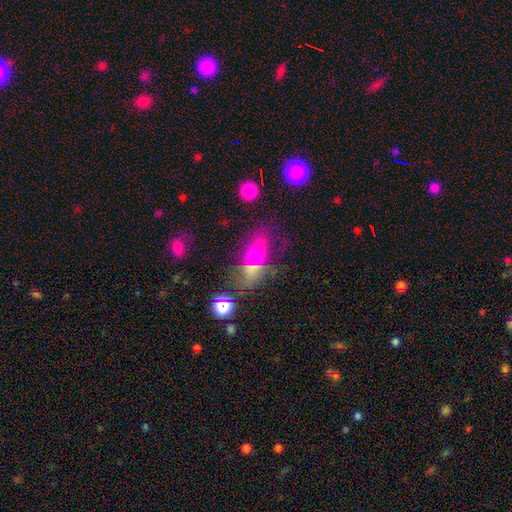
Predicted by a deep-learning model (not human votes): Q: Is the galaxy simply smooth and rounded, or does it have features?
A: smooth — 47%.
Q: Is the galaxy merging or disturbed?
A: none — 41%.